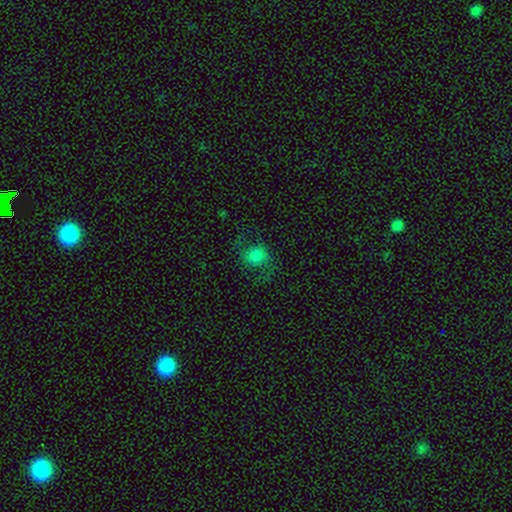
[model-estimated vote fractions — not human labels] Smooth or featured? Predicted: smooth (p=0.49). Merging? Predicted: none (p=0.67).